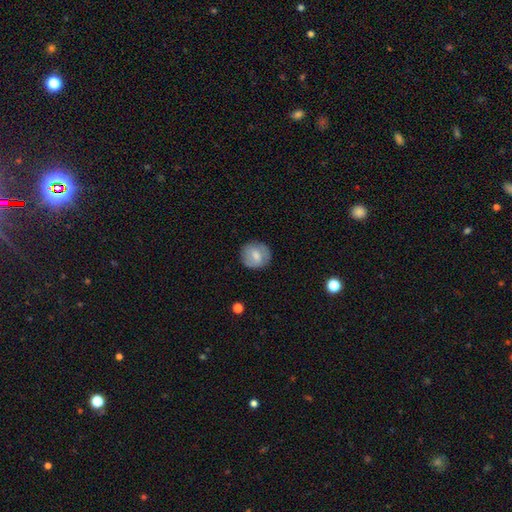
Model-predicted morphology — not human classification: Overall: smooth (66%; featured or disk 26%). How rounded: round (85%). Merging: none (83%).